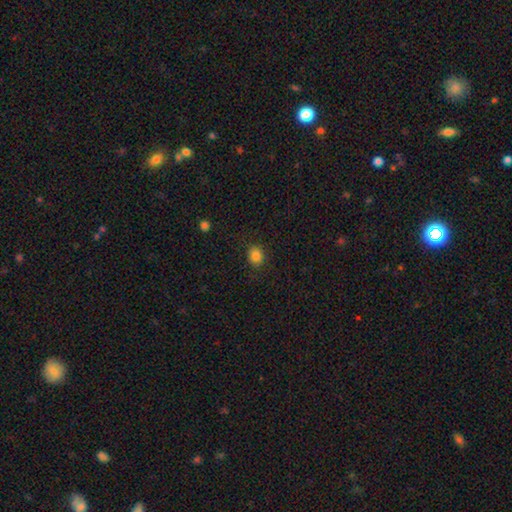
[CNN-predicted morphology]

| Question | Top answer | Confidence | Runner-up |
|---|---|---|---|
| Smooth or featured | smooth | 84% | star or artifact (11%) |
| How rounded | round | 56% | in between (43%) |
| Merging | none | 85% | minor disturbance (11%) |